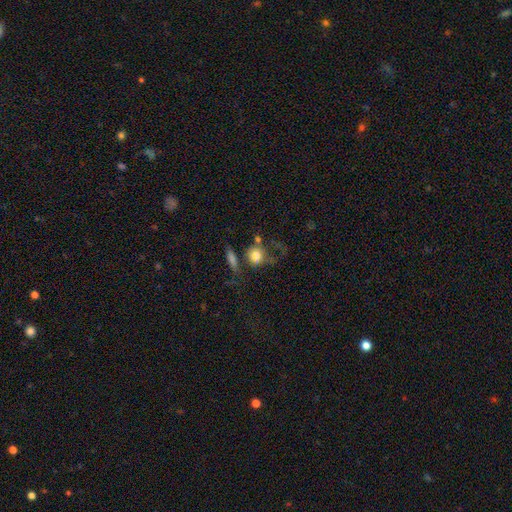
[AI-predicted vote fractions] smooth 77%, featured or disk 14%, star or artifact 9%. Down the decision tree: how rounded — round (75%); merging — none (42%).